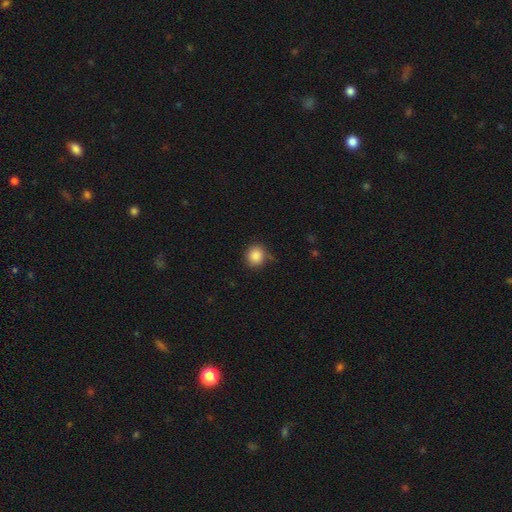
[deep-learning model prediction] The model was most divided on "merging": none: 80%, minor disturbance: 15%, major disturbance: 3%, merger: 2%. More confident: smooth or featured — smooth (87%); how rounded — round (86%).